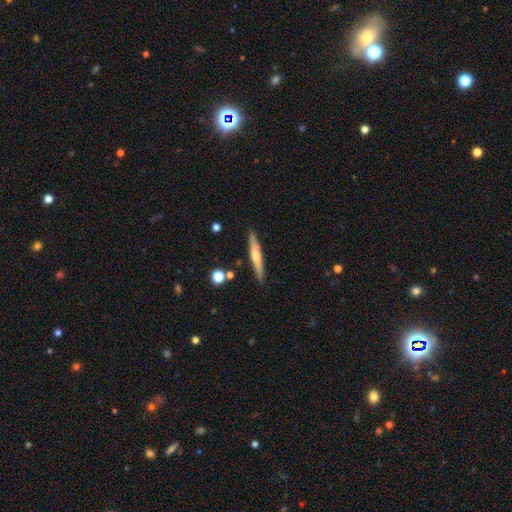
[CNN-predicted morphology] featured or disk 55%, smooth 39%, star or artifact 6%. Down the decision tree: edge-on disk — yes (96%); edge-on bulge — rounded (77%); merging — none (88%).